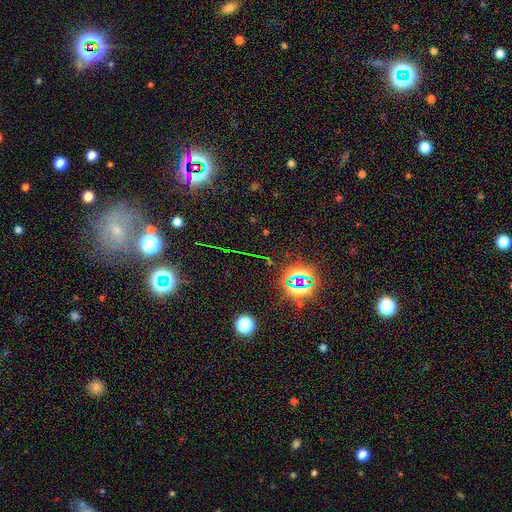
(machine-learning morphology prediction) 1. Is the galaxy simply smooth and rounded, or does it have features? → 77% star or artifact, 13% smooth, 9% featured or disk.